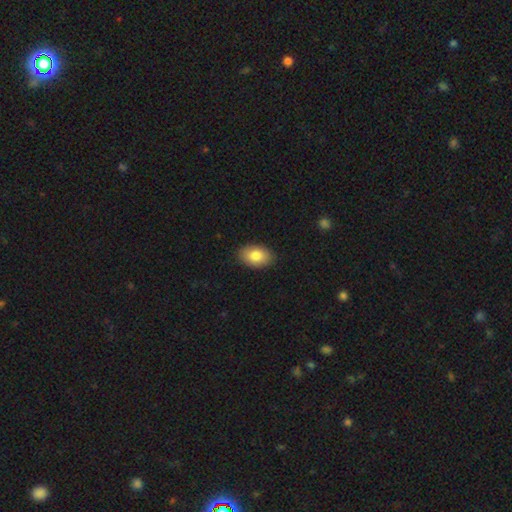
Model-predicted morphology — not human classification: A smooth galaxy with no disk features (83%) that is in between round and cigar-shaped (89%). Merging: none (88%).